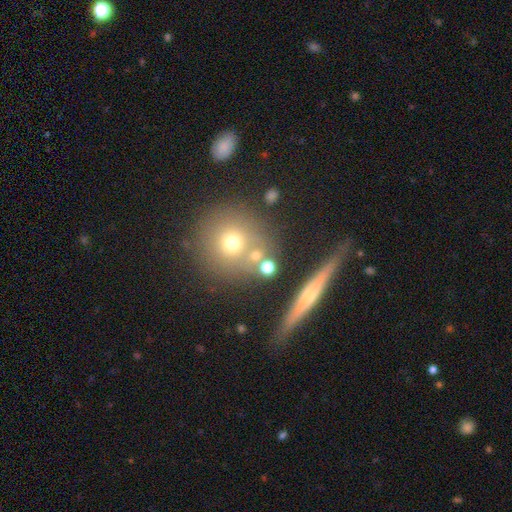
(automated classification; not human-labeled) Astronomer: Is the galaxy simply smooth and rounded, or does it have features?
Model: smooth — 65%.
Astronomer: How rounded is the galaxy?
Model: round — 84%.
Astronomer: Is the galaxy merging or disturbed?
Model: none — 63%.